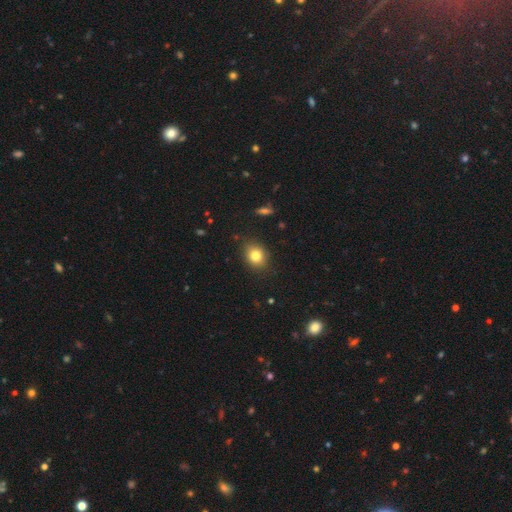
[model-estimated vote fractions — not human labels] A smooth galaxy with no disk features (80%) that is round (57%). Merging: none (86%).